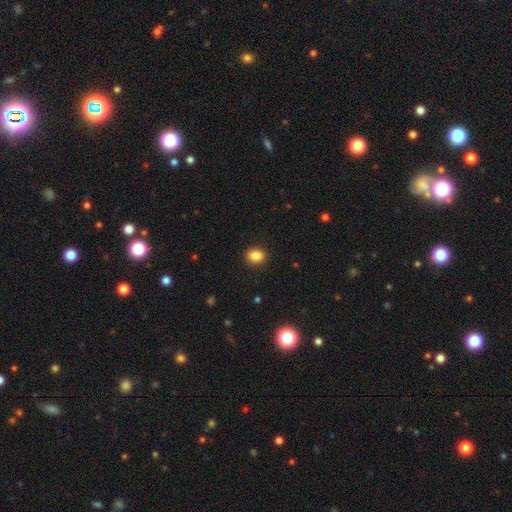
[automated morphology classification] Smooth or featured? smooth (86%)
How rounded? round (54%)
Merging? none (90%)